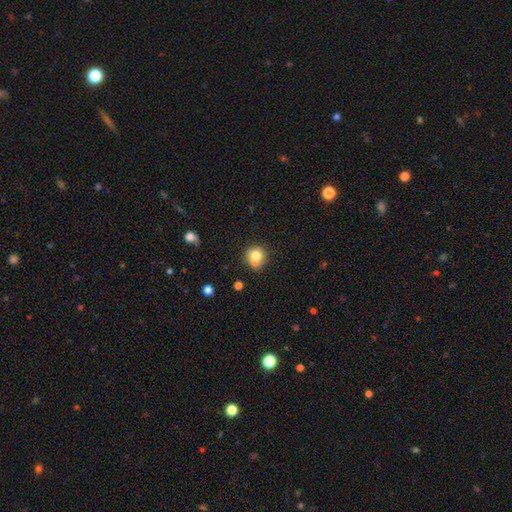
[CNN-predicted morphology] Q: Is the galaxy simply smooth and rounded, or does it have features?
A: smooth — 76%.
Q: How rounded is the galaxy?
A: round — 85%.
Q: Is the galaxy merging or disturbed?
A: none — 56%.